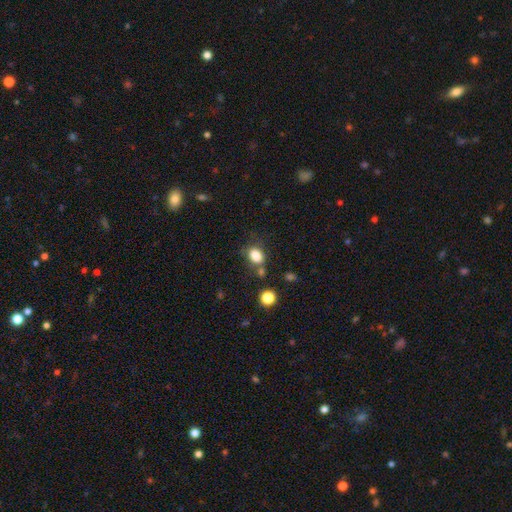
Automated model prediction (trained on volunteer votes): Overall: smooth (83%). How rounded: in between (72%). Merging: none (64%).